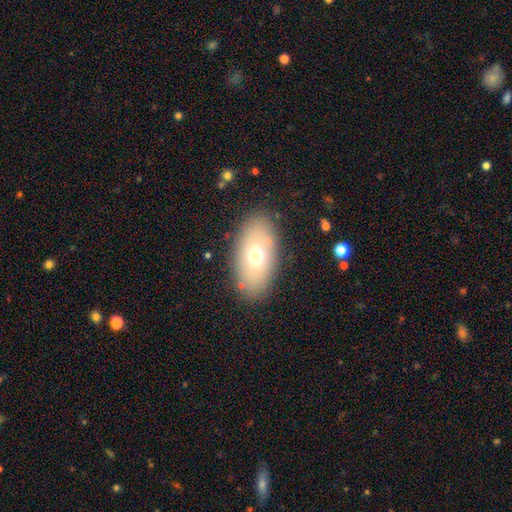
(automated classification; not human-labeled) Smooth or featured? smooth (66%)
How rounded? in between (91%)
Merging? none (83%)